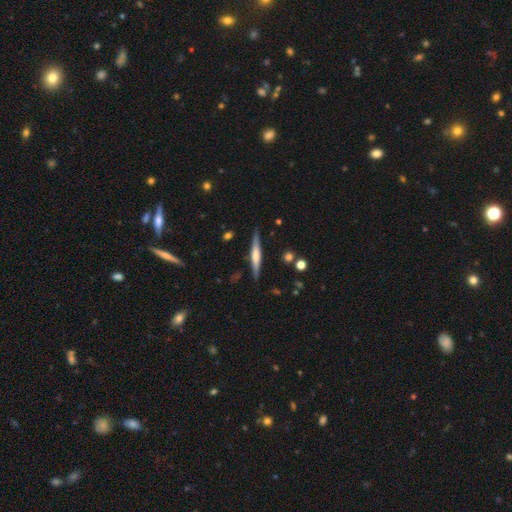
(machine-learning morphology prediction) Smooth or featured? Predicted: featured or disk (p=0.59). Edge-on disk? Predicted: yes (p=0.96). Edge-on bulge? Predicted: rounded (p=0.52). Merging? Predicted: none (p=0.86).